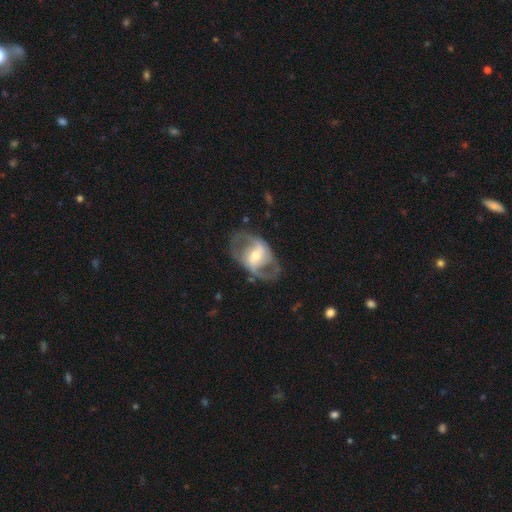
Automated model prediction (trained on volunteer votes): Smooth or featured: featured or disk — 81% (smooth — 14%)
Edge-on disk: no — 95% (yes — 5%)
Bar: weak — 41% (strong — 38%)
Spiral arms: yes — 81% (no — 19%)
Spiral winding: medium — 50% (loose — 30%)
Spiral arm count: 2 — 82% (can't tell — 10%)
Bulge size: moderate — 57% (small — 33%)
Merging: none — 71% (minor disturbance — 15%)